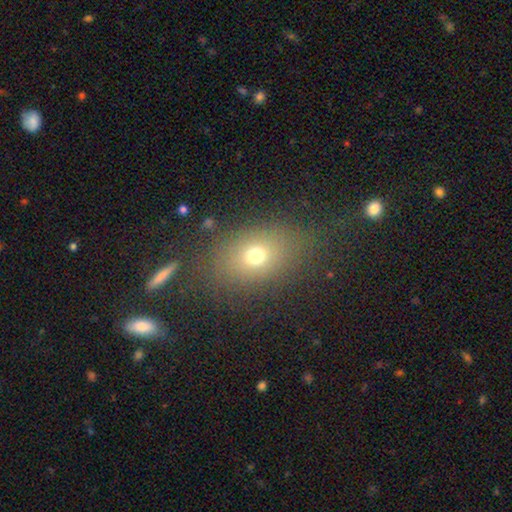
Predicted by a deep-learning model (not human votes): Smooth or featured? smooth (70%)
How rounded? in between (66%)
Merging? none (78%)